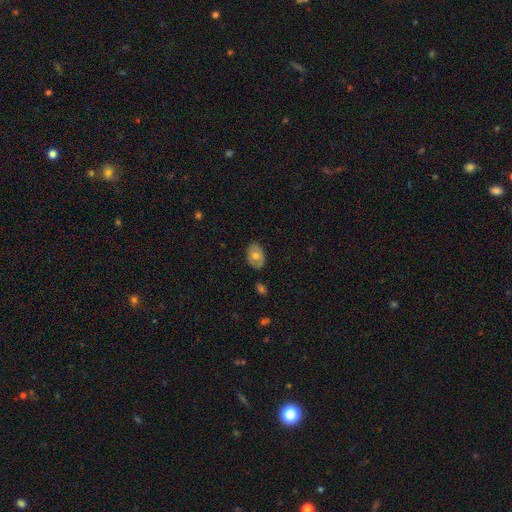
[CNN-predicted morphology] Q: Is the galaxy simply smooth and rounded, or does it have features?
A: smooth — 60%.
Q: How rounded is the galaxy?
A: in between — 78%.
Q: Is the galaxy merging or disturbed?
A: none — 82%.